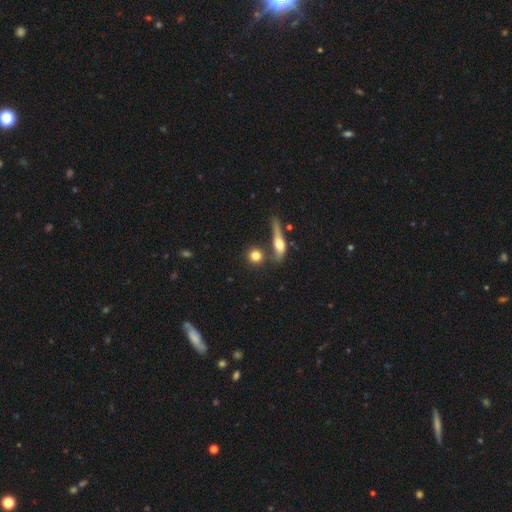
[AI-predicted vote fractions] Smooth or featured? Predicted: smooth (p=0.78). How rounded? Predicted: round (p=0.81). Merging? Predicted: none (p=0.68).